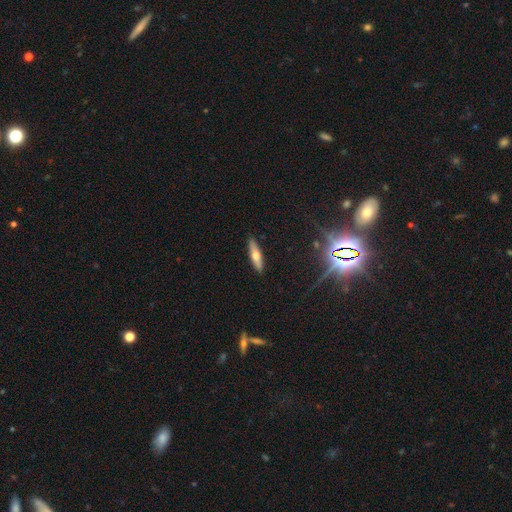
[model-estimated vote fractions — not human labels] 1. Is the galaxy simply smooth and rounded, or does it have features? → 54% smooth, 39% featured or disk, 7% star or artifact.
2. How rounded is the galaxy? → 74% cigar-shaped, 24% in between, 2% round.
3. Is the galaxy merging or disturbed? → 90% none, 7% minor disturbance, 2% major disturbance, 1% merger.